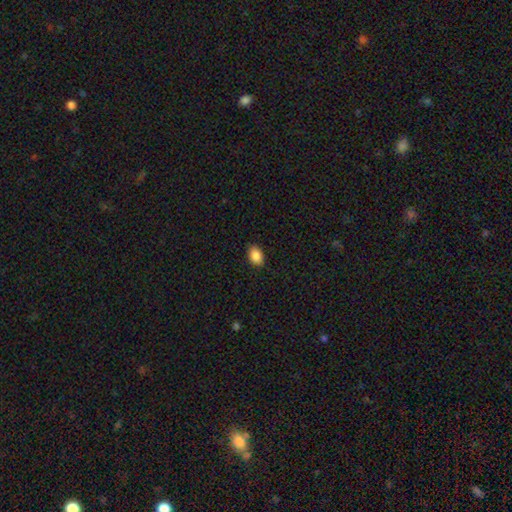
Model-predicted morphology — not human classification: smooth 88%, star or artifact 8%, featured or disk 4%. Down the decision tree: how rounded — in between (83%); merging — none (88%).